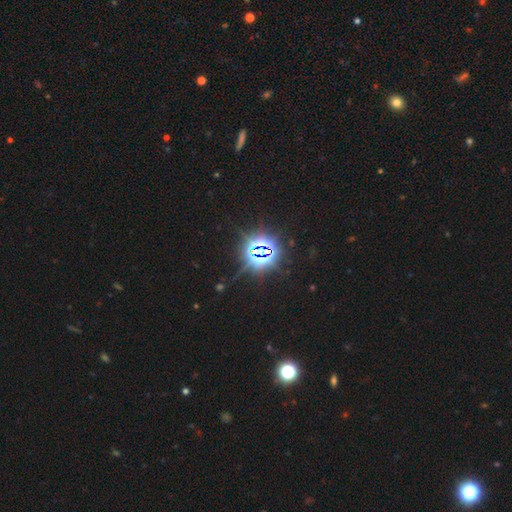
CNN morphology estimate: Overall: star or artifact (83%).